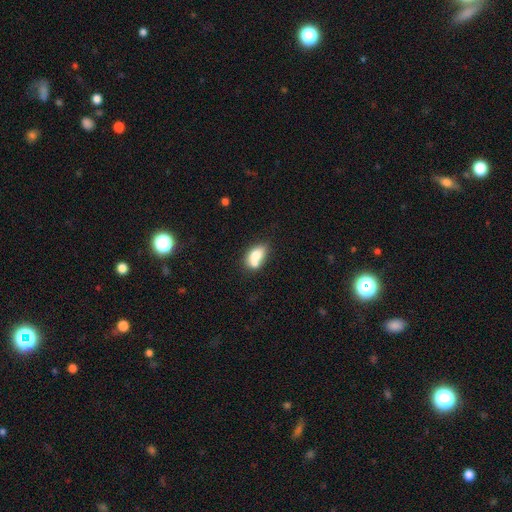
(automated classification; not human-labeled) Morphology: type=smooth (71%); roundness=in between (84%); merging=merger (46%).